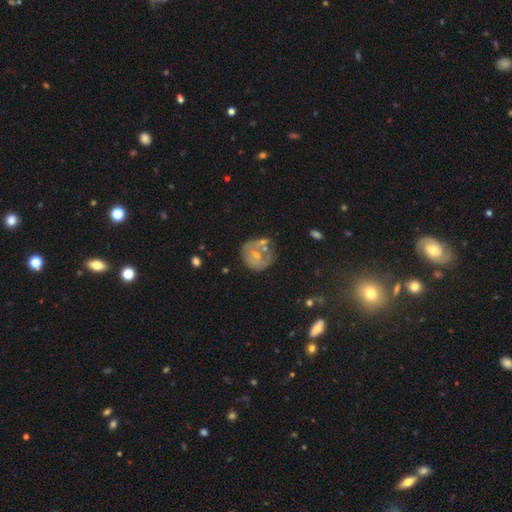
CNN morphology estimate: smooth_or_featured: featured or disk (p=0.53) [alt: smooth p=0.37]
disk_edge_on: no (p=0.97) [alt: yes p=0.03]
bar: no (p=0.74) [alt: weak p=0.21]
has_spiral_arms: no (p=0.64) [alt: yes p=0.36]
bulge_size: small (p=0.56) [alt: moderate p=0.29]
merging: none (p=0.48) [alt: minor disturbance p=0.24]